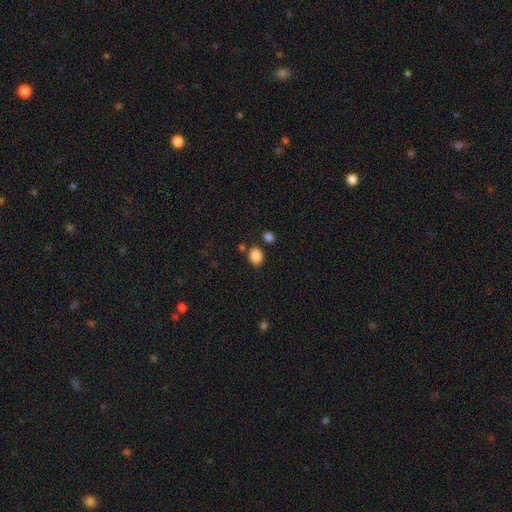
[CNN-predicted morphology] This appears to be a smooth galaxy with no disk features (87%) that is round (57%). Merging: none (76%).